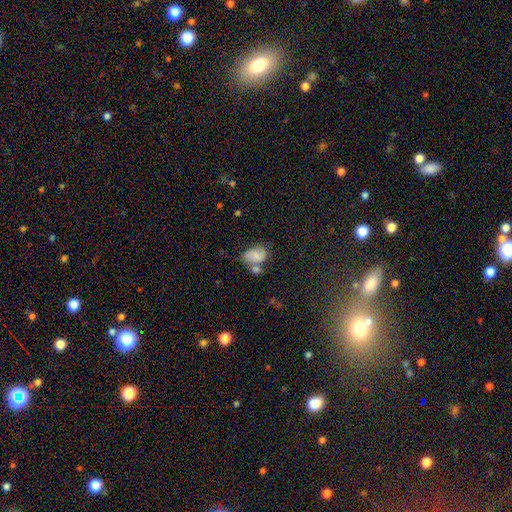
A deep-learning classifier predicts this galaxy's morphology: The model was most divided on "merging": none: 36%, merger: 35%, minor disturbance: 20%, major disturbance: 9%. More confident: how rounded — in between (82%); smooth or featured — smooth (68%).